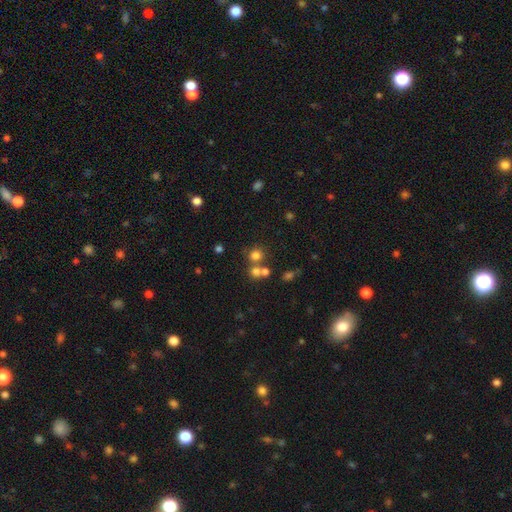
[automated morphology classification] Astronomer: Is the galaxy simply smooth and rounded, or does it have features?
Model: smooth — 71%.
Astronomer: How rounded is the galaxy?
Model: round — 87%.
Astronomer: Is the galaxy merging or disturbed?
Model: none — 57%.